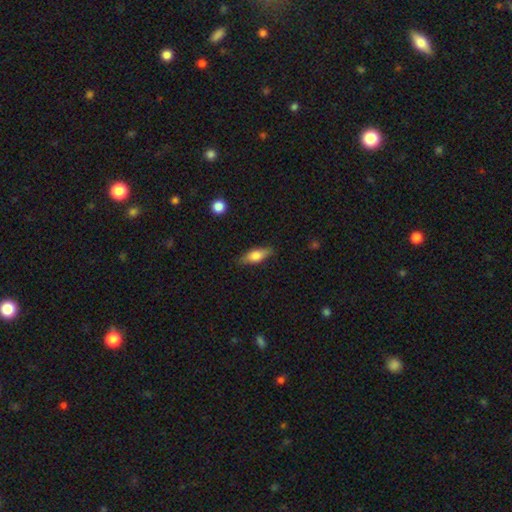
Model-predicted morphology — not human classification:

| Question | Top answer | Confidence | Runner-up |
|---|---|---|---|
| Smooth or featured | smooth | 66% | featured or disk (28%) |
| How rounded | in between | 65% | cigar-shaped (31%) |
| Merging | none | 84% | minor disturbance (12%) |